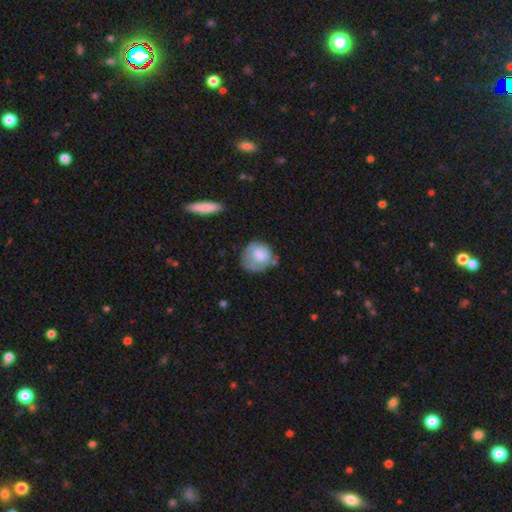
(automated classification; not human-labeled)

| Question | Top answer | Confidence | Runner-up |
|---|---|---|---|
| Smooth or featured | smooth | 62% | featured or disk (31%) |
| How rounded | round | 77% | in between (22%) |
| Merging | none | 53% | minor disturbance (28%) |